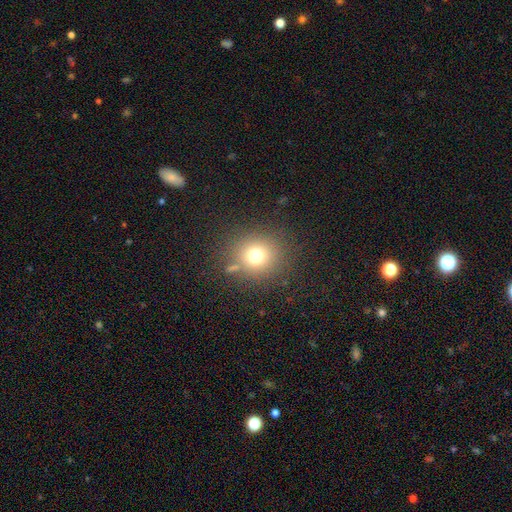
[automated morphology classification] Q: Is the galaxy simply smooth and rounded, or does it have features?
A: smooth — 72%.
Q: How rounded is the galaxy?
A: round — 89%.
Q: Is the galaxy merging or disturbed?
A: none — 81%.